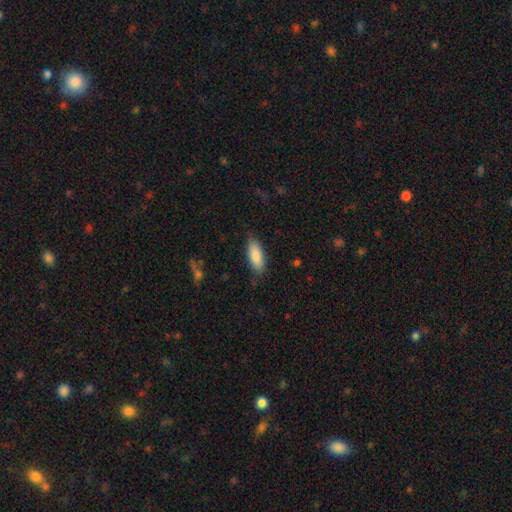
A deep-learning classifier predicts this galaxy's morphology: Smooth or featured? Predicted: smooth (p=0.85). How rounded? Predicted: in between (p=0.76). Merging? Predicted: none (p=0.78).